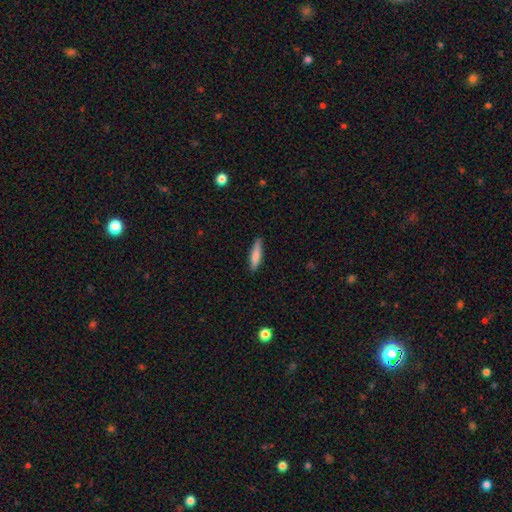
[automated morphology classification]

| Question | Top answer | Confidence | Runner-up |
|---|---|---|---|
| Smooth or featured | smooth | 77% | featured or disk (18%) |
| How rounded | cigar-shaped | 78% | in between (20%) |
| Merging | none | 86% | minor disturbance (11%) |